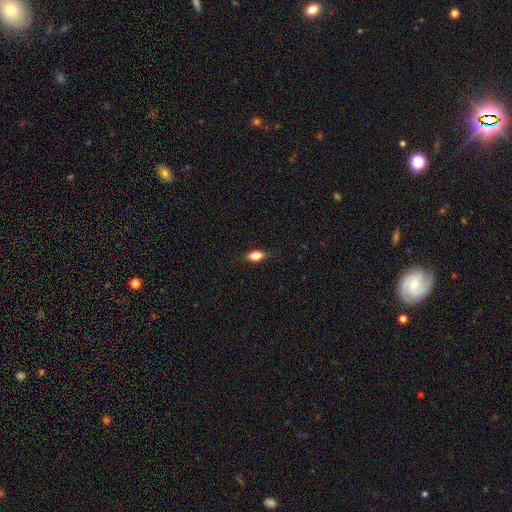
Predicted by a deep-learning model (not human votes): Morphology: type=smooth (77%); roundness=in between (81%); merging=none (83%).